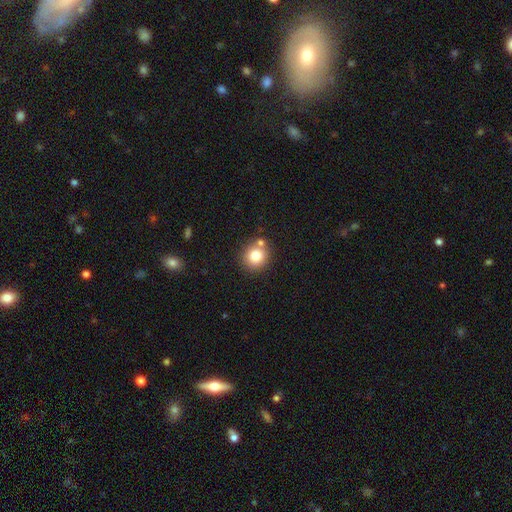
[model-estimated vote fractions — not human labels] Smooth or featured: smooth — 79% (star or artifact — 11%)
How rounded: round — 89% (in between — 10%)
Merging: none — 74% (merger — 14%)